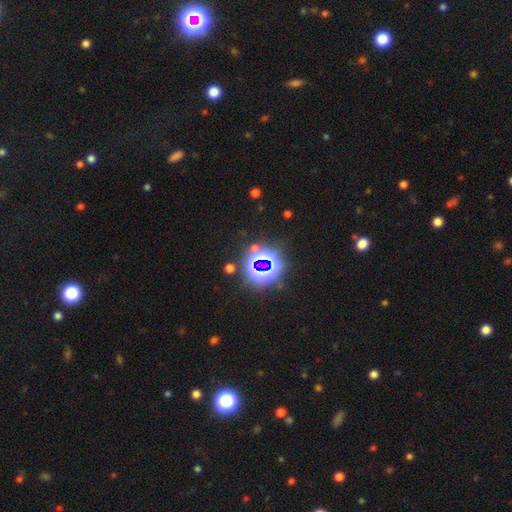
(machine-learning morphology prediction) smooth_or_featured: star or artifact (p=0.79) [alt: smooth p=0.13]